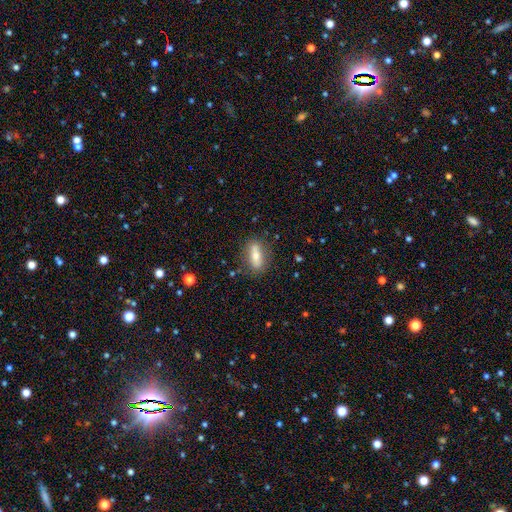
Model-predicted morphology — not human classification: Smooth or featured? Predicted: smooth (p=0.56). How rounded? Predicted: in between (p=0.64). Merging? Predicted: none (p=0.82).